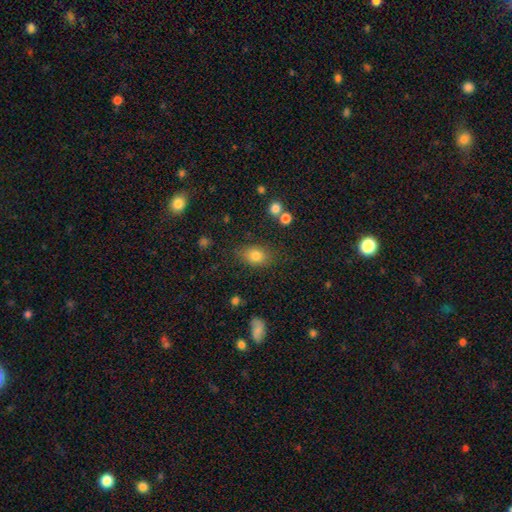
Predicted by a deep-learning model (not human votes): Smooth or featured: smooth — 80% (star or artifact — 11%)
How rounded: in between — 72% (round — 26%)
Merging: none — 76% (minor disturbance — 16%)